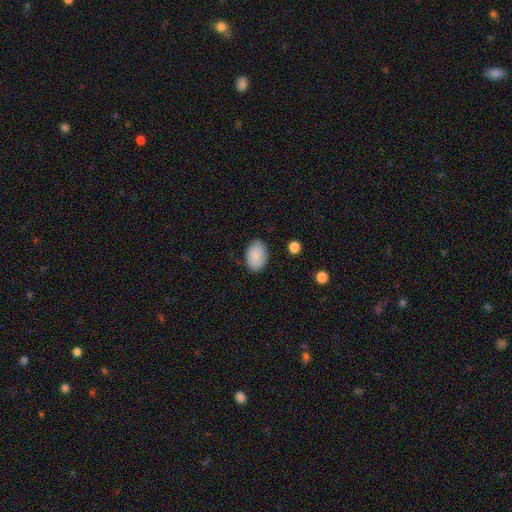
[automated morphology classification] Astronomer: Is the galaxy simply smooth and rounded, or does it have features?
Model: smooth — 88%.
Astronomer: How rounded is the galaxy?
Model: in between — 86%.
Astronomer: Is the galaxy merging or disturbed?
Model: none — 84%.